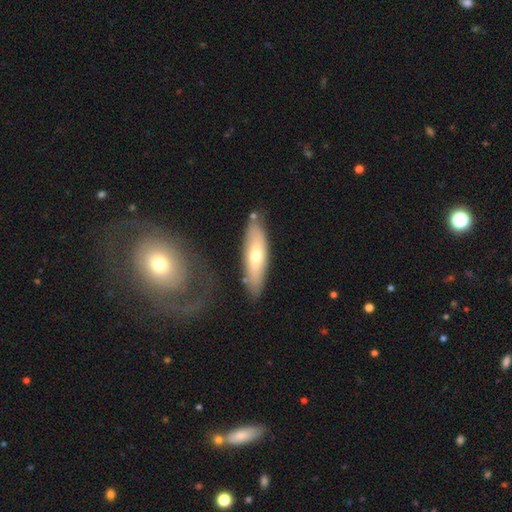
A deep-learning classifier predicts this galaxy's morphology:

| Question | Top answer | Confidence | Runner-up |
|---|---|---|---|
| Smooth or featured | smooth | 55% | featured or disk (39%) |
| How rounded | cigar-shaped | 53% | in between (45%) |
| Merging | none | 73% | minor disturbance (15%) |